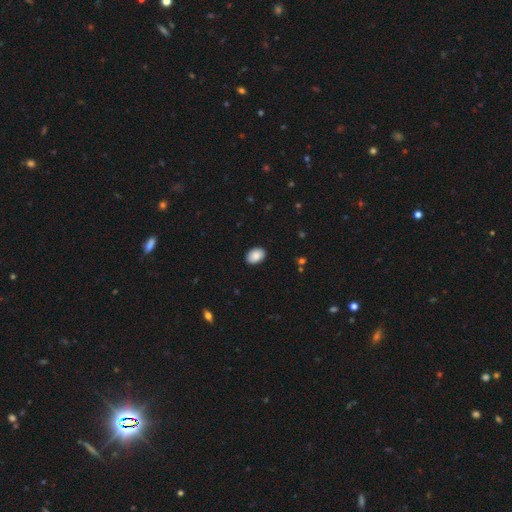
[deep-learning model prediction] Q: Smooth or featured?
A: smooth (88%); runner-up: star or artifact (7%)
Q: How rounded?
A: in between (84%); runner-up: round (15%)
Q: Merging?
A: none (90%); runner-up: minor disturbance (8%)